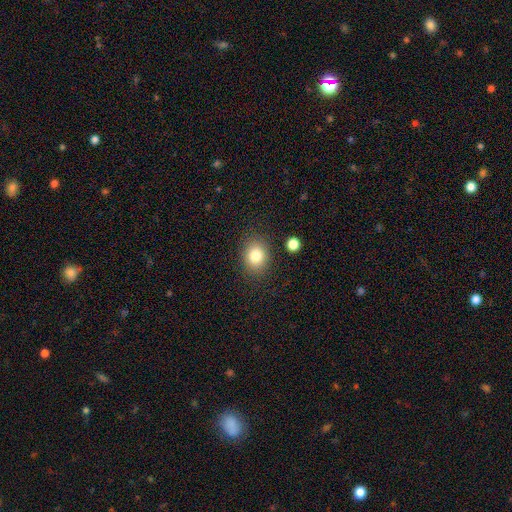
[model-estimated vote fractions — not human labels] This appears to be a smooth galaxy with no disk features (82%) that is round (56%). Merging: none (84%).